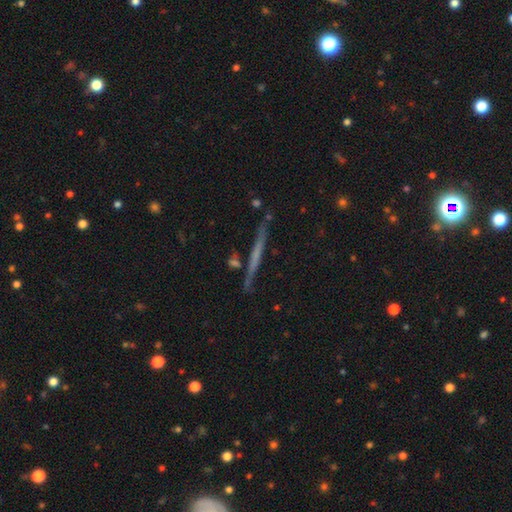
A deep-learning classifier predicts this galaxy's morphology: Smooth or featured: featured or disk — 57% (smooth — 36%)
Edge-on disk: yes — 97% (no — 3%)
Edge-on bulge: none — 84% (rounded — 10%)
Merging: none — 86% (minor disturbance — 9%)